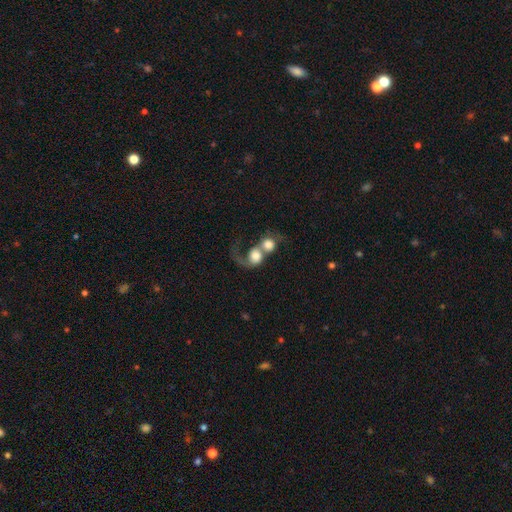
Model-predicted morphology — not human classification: Smooth or featured? Predicted: smooth (p=0.51). How rounded? Predicted: round (p=0.71). Merging? Predicted: merger (p=0.77).